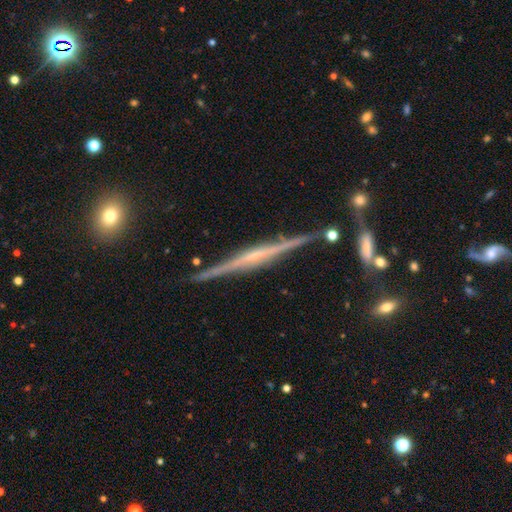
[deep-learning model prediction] The model was most divided on "edge-on bulge": rounded: 45%, none: 35%, boxy: 20%. More confident: edge-on disk — yes (98%); merging — none (86%); smooth or featured — featured or disk (83%).